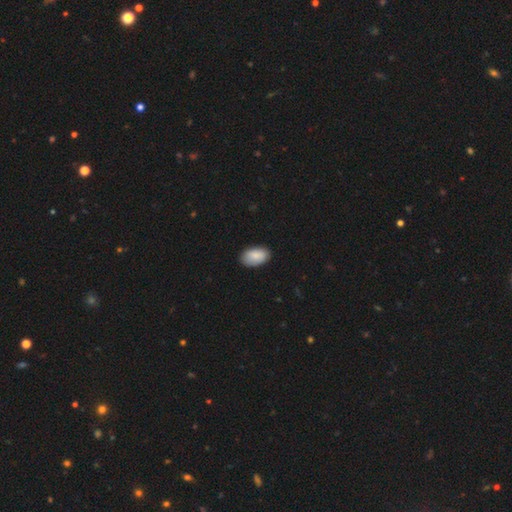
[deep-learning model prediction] Smooth or featured?
  - smooth: 88% *
  - featured or disk: 6%
  - star or artifact: 6%
How rounded?
  - in between: 94% *
  - round: 5%
  - cigar-shaped: 1%
Merging?
  - none: 86% *
  - minor disturbance: 11%
  - major disturbance: 2%
  - merger: 1%